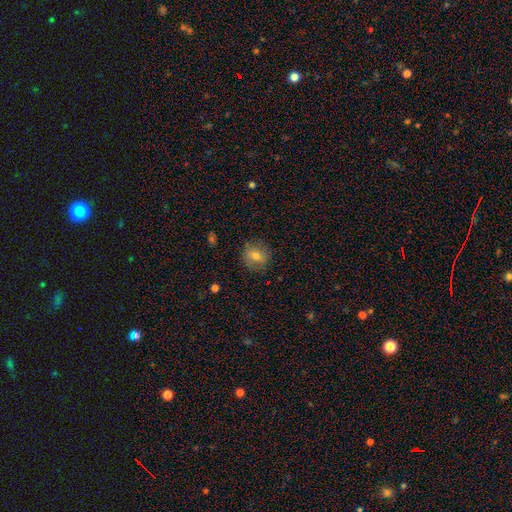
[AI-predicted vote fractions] Smooth or featured? smooth (72%)
How rounded? round (83%)
Merging? none (85%)